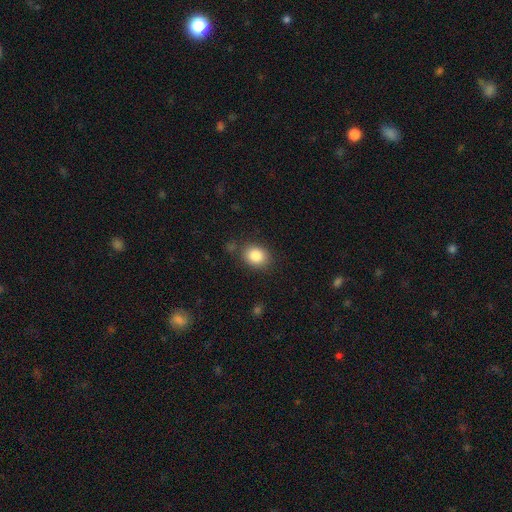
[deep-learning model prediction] The model was most divided on "how rounded": round: 52%, in between: 47%, cigar-shaped: 1%. More confident: smooth or featured — smooth (84%); merging — none (81%).